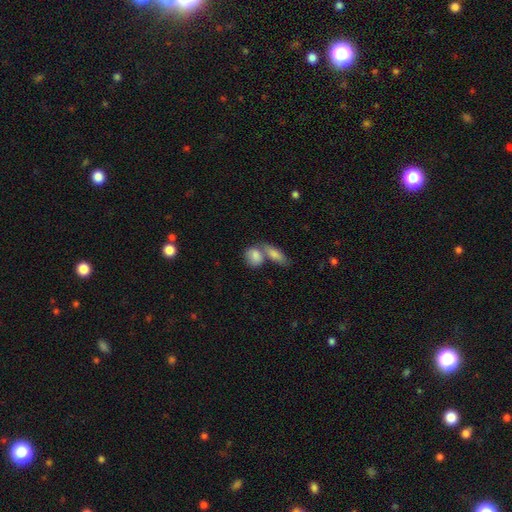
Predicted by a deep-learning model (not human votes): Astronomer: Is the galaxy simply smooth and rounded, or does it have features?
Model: smooth — 83%.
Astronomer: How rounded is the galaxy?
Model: in between — 70%.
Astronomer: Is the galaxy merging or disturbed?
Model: merger — 52% (runner-up: none, 35%).